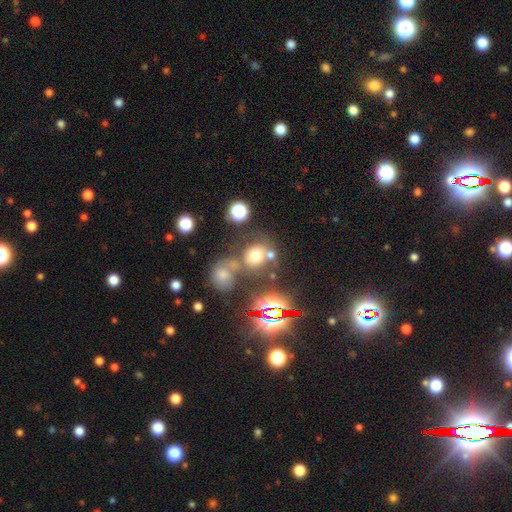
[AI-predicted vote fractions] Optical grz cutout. It shows a smooth galaxy with no disk features (61%) that is round (72%). Merging: none (45%).